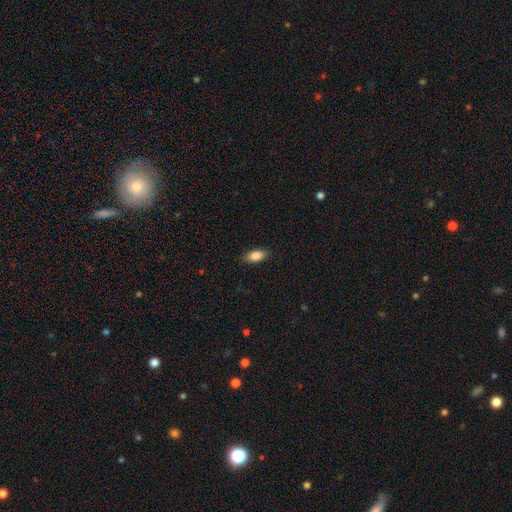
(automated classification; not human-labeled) The model was most divided on "how rounded": in between: 86%, cigar-shaped: 11%, round: 3%. More confident: merging — none (88%); smooth or featured — smooth (86%).